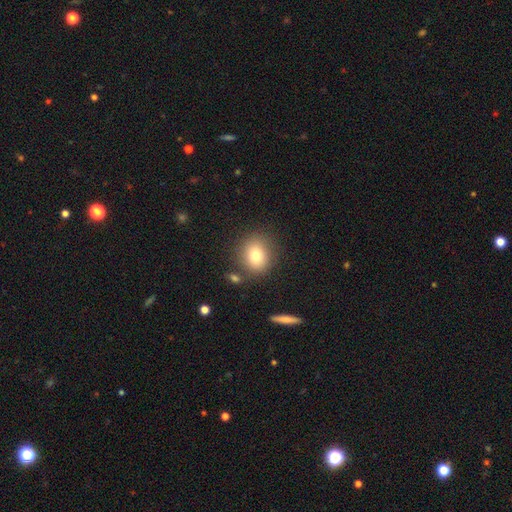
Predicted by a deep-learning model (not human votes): Morphology: type=smooth (78%); roundness=round (72%); merging=none (79%).